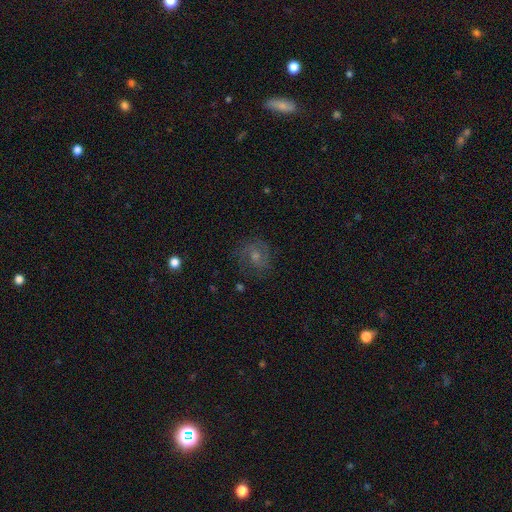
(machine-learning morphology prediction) Smooth or featured?
  - featured or disk: 58% *
  - smooth: 28%
  - star or artifact: 13%
Edge-on disk?
  - no: 98% *
  - yes: 2%
Bar?
  - no: 67% *
  - weak: 29%
  - strong: 4%
Spiral arms?
  - yes: 88% *
  - no: 12%
Bulge size?
  - moderate: 56% *
  - small: 33%
  - large: 5%
  - none: 4%
  - dominant: 1%
Merging?
  - none: 72% *
  - minor disturbance: 17%
  - major disturbance: 9%
  - merger: 2%